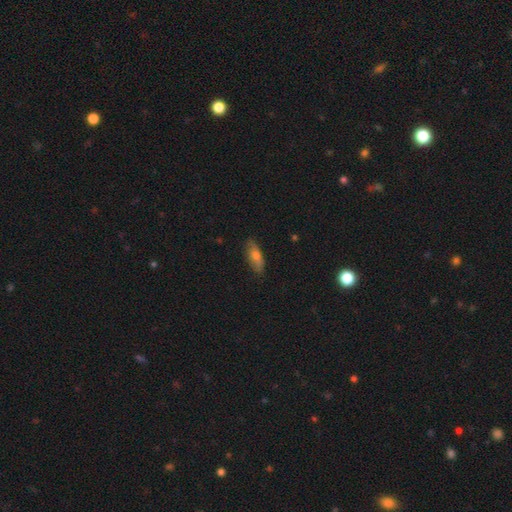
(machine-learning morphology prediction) type=smooth (68%); roundness=in between (65%); merging=none (82%).